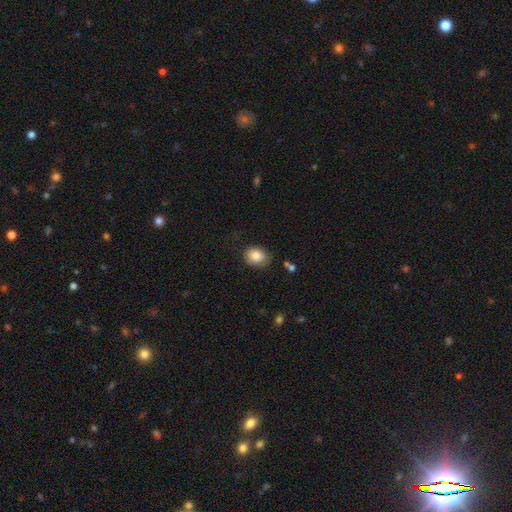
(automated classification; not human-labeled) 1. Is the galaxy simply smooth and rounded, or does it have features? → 86% smooth, 8% star or artifact, 6% featured or disk.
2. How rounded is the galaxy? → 61% in between, 38% round, 1% cigar-shaped.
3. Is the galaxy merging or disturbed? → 75% none, 19% minor disturbance, 4% major disturbance, 2% merger.